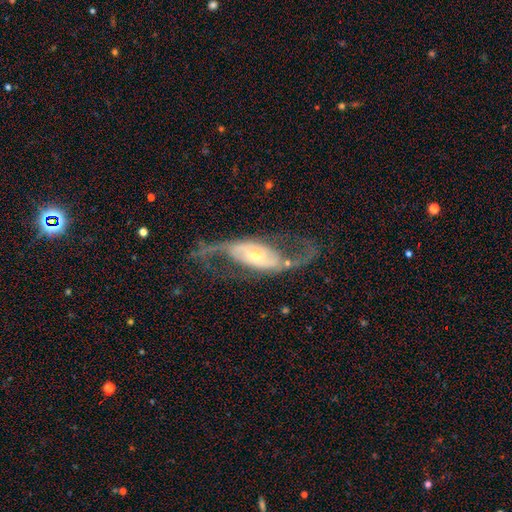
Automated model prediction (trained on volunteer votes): smooth_or_featured: featured or disk (p=0.87) [alt: smooth p=0.09]
disk_edge_on: no (p=0.92) [alt: yes p=0.08]
bar: no (p=0.51) [alt: weak p=0.27]
has_spiral_arms: yes (p=0.91) [alt: no p=0.09]
spiral_winding: loose (p=0.63) [alt: medium p=0.29]
spiral_arm_count: 2 (p=0.92) [alt: can't tell p=0.03]
bulge_size: small (p=0.53) [alt: moderate p=0.39]
merging: none (p=0.65) [alt: major disturbance p=0.18]